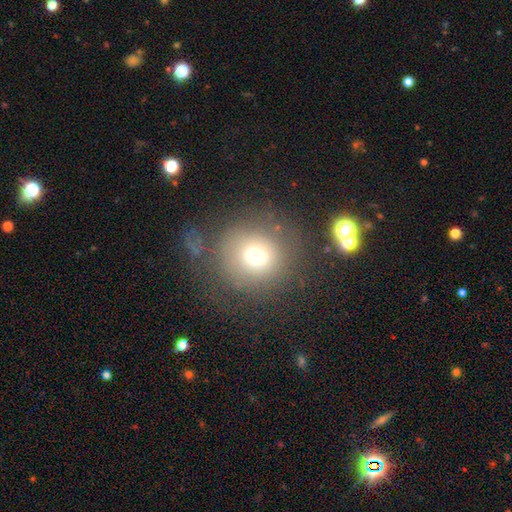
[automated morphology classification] type=smooth (70%); roundness=round (92%); merging=none (69%).